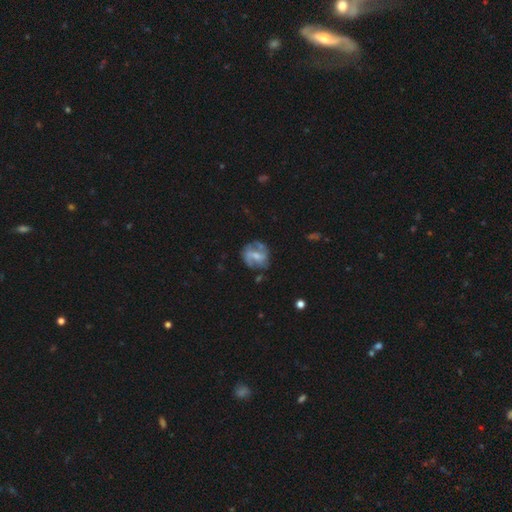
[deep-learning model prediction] Smooth or featured: featured or disk — 68% (smooth — 25%)
Edge-on disk: no — 97% (yes — 3%)
Bar: weak — 46% (no — 31%)
Spiral arms: yes — 79% (no — 21%)
Spiral winding: medium — 43% (loose — 33%)
Spiral arm count: 2 — 60% (can't tell — 20%)
Bulge size: small — 42% (moderate — 41%)
Merging: none — 59% (minor disturbance — 22%)